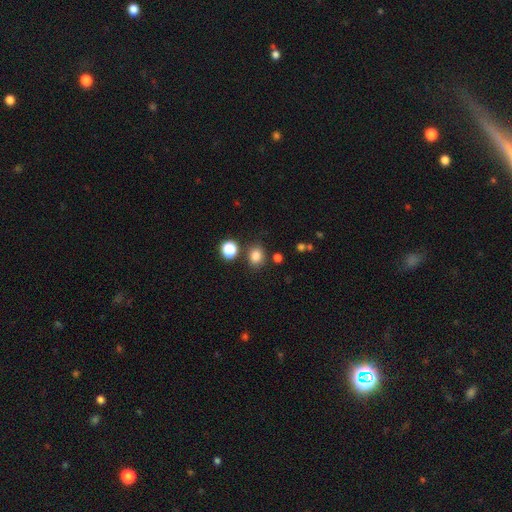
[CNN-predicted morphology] smooth-or-featured: smooth: 82% | star or artifact: 14% | featured or disk: 5%
  how-rounded: round: 59% | in between: 40% | cigar-shaped: 1%
  merging: none: 81% | minor disturbance: 9% | merger: 7% | major disturbance: 3%